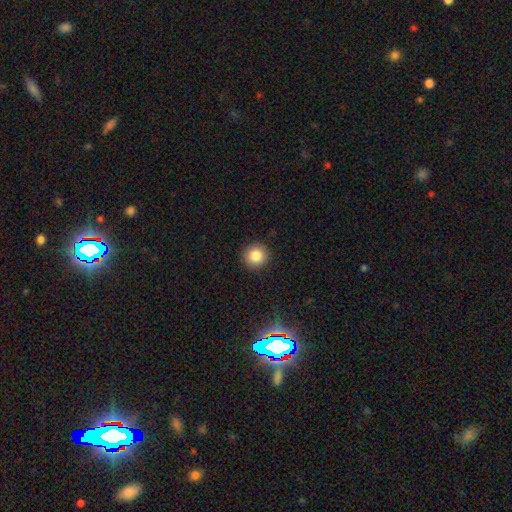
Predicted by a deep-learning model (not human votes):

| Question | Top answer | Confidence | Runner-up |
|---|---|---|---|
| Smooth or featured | smooth | 84% | star or artifact (10%) |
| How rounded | round | 94% | in between (5%) |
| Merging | none | 92% | minor disturbance (5%) |